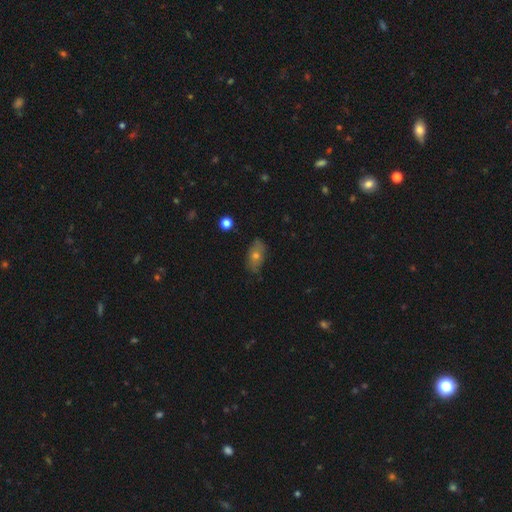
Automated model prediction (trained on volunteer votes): Smooth or featured: smooth — 53% (featured or disk — 34%)
How rounded: in between — 82% (round — 9%)
Merging: none — 77% (minor disturbance — 17%)